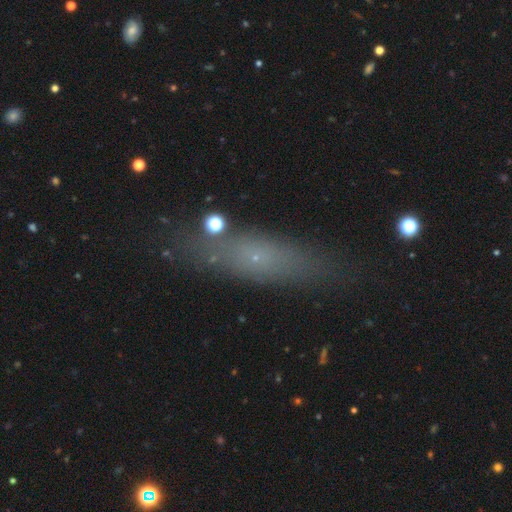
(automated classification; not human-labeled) Morphology: type=smooth (50%); roundness=cigar-shaped (64%); merging=none (81%).